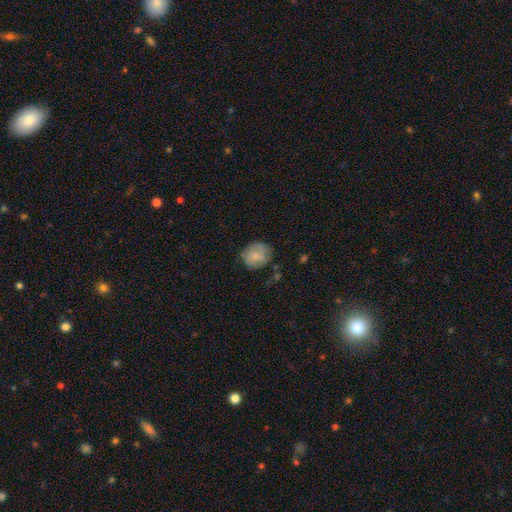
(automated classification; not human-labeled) smooth_or_featured: smooth (p=0.72) [alt: featured or disk p=0.20]
how_rounded: round (p=0.73) [alt: in between p=0.26]
merging: none (p=0.65) [alt: minor disturbance p=0.24]